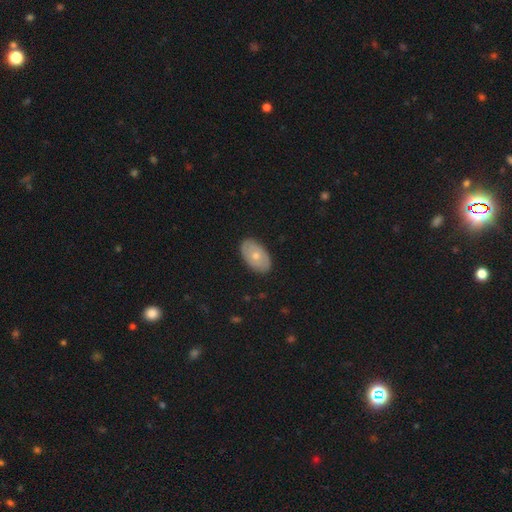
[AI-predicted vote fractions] Overall: smooth (53%; featured or disk 41%). How rounded: in between (92%). Merging: none (86%).